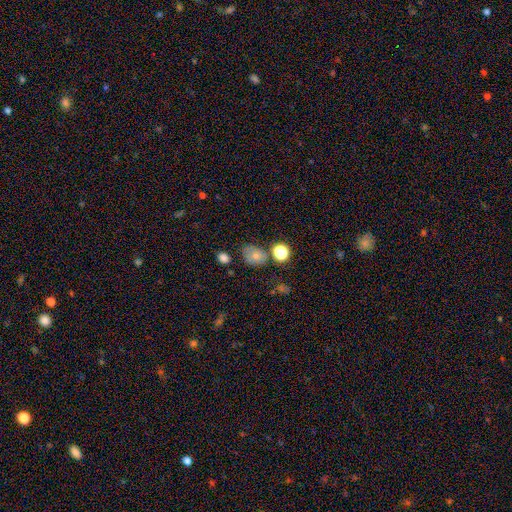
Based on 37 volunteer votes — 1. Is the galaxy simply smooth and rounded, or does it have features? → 78% smooth, 16% featured or disk, 5% star or artifact.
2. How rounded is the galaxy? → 66% in between, 34% round, 0% cigar-shaped.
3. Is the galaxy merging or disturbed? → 43% none, 40% minor disturbance, 9% major disturbance, 9% merger.